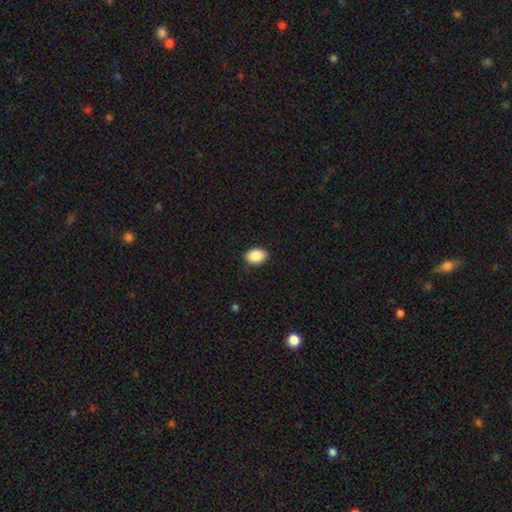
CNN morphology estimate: Smooth or featured? smooth (89%)
How rounded? in between (82%)
Merging? none (87%)